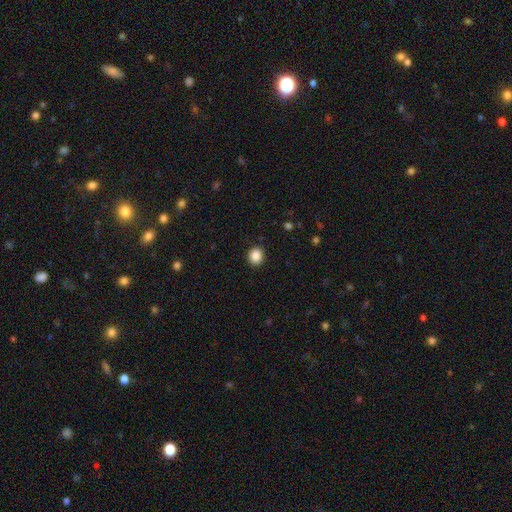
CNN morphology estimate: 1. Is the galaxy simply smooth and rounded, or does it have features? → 88% smooth, 9% star or artifact, 3% featured or disk.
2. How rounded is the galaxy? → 78% round, 21% in between, 1% cigar-shaped.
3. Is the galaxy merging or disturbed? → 91% none, 6% minor disturbance, 2% major disturbance, 1% merger.